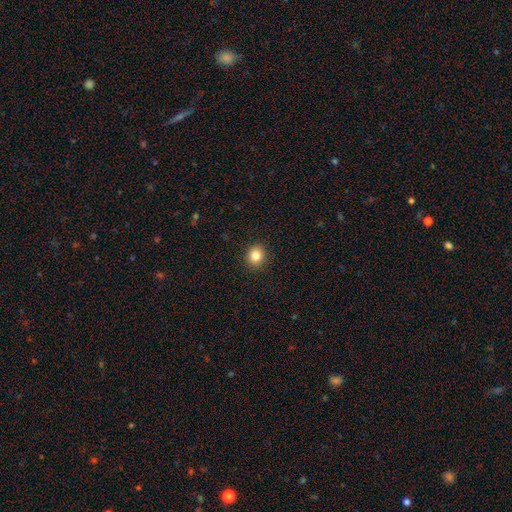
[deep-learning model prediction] smooth 84%, star or artifact 11%, featured or disk 5%. Down the decision tree: how rounded — round (81%); merging — none (92%).